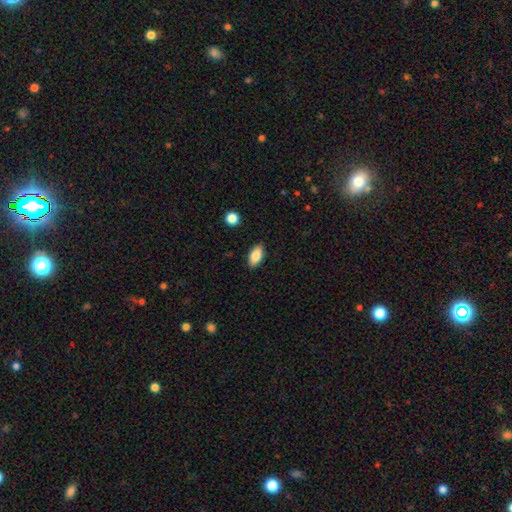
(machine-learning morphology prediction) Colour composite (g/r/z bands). It shows a smooth galaxy with no disk features (83%) that is in between round and cigar-shaped (91%). Merging: none (88%).